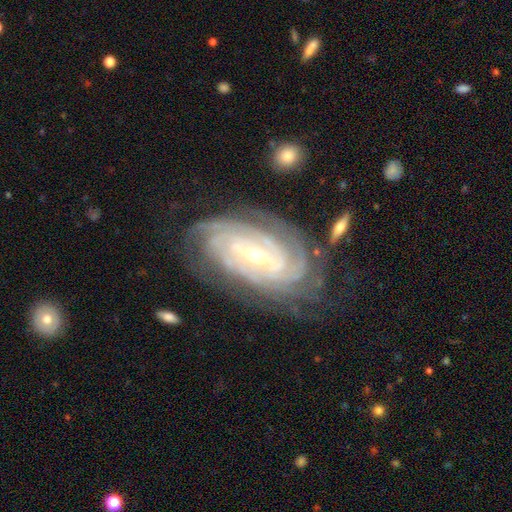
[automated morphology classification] featured or disk 90%, star or artifact 5%, smooth 5%. Down the decision tree: edge-on disk — no (95%); bar — weak (42%); spiral arms — yes (98%); spiral arm count — 4 (27%); spiral winding — tight (81%); bulge size — moderate (48%, tied with small); merging — none (74%).